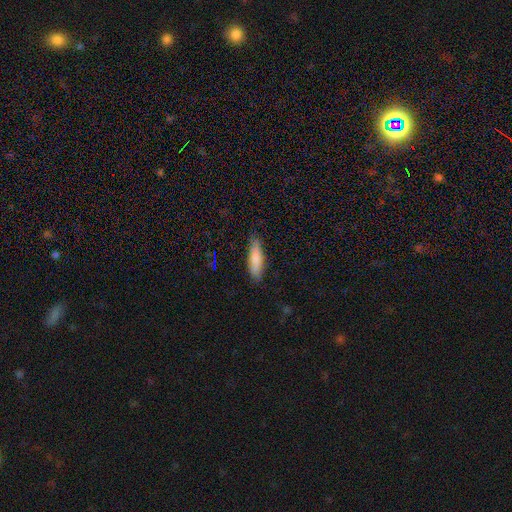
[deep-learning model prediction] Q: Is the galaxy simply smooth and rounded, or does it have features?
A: smooth — 81%.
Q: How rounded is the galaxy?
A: cigar-shaped — 65%.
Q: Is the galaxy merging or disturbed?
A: none — 82%.